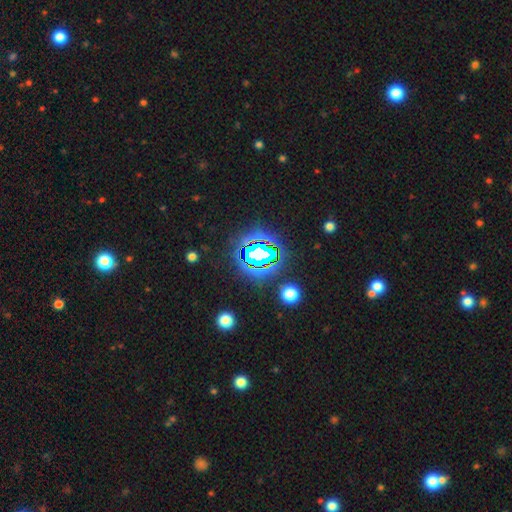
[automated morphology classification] Smooth or featured: star or artifact — 71% (smooth — 16%)